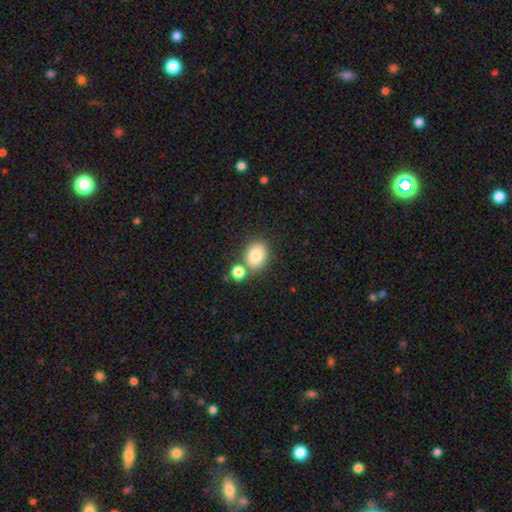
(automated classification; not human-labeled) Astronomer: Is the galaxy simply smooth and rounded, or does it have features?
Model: smooth — 82%.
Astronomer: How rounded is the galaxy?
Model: in between — 58% (runner-up: round, 41%).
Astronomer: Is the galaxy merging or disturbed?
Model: none — 63%.